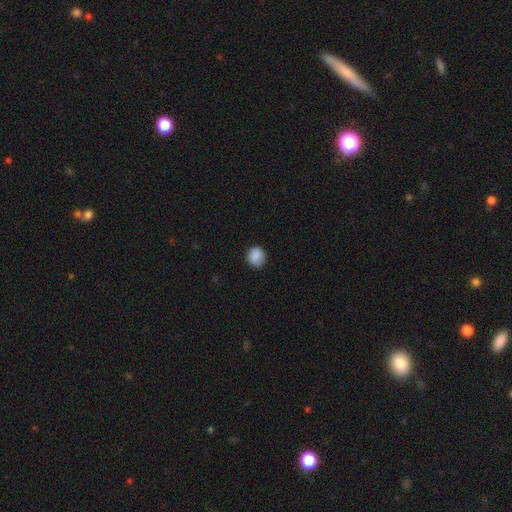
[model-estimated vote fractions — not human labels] A smooth galaxy with no disk features (88%) that is round (84%).

Vote fractions:
- Smooth or featured? smooth: 88% / star or artifact: 8% / featured or disk: 4%
- How rounded? round: 84% / in between: 15% / cigar-shaped: 1%
- Merging? none: 86% / minor disturbance: 11% / major disturbance: 2% / merger: 1%